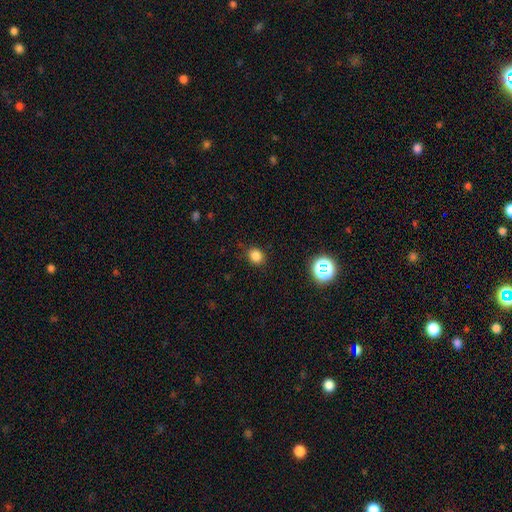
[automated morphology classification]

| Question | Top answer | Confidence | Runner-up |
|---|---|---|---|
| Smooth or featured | smooth | 82% | star or artifact (14%) |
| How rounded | round | 71% | in between (29%) |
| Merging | none | 87% | minor disturbance (9%) |